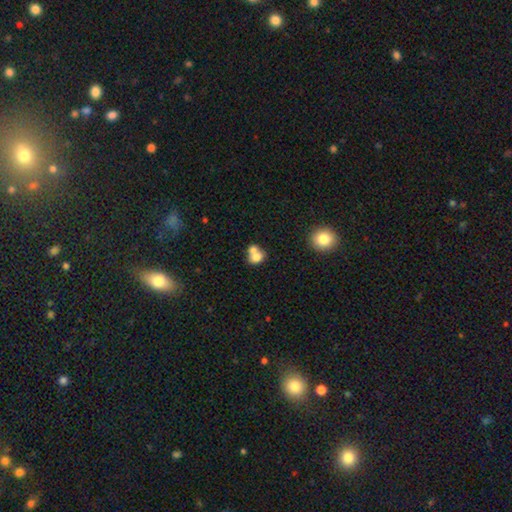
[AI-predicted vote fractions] The model was most divided on "how rounded": round: 52%, in between: 47%, cigar-shaped: 1%. More confident: smooth or featured — smooth (73%); merging — merger (63%).